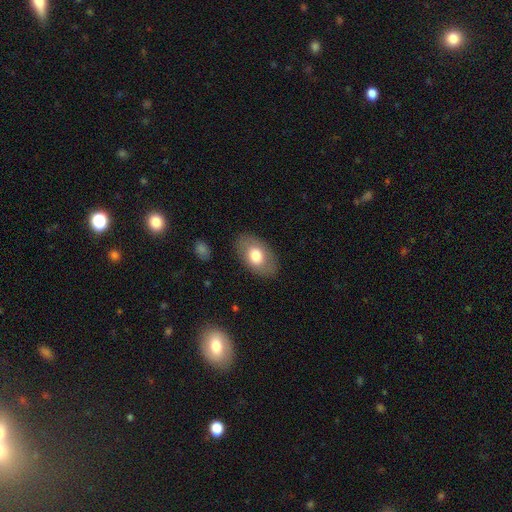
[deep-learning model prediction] Overall: smooth (72%). How rounded: in between (90%). Merging: none (84%).